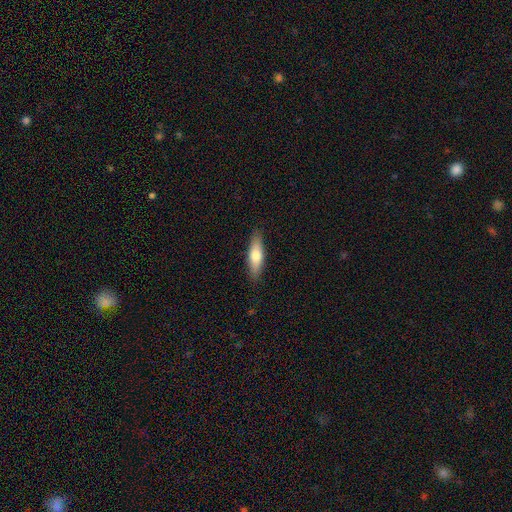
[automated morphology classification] This is likely a smooth galaxy (67%). How rounded: possibly cigar-shaped (56%). Merging: clearly none (88%).